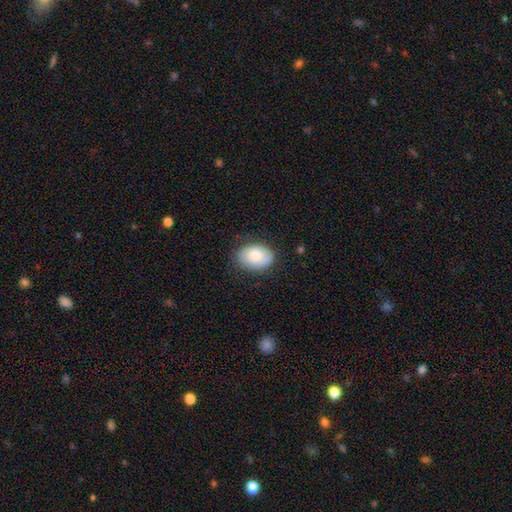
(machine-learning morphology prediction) A smooth galaxy with no disk features (77%) that is in between round and cigar-shaped (80%). Merging: none (77%).